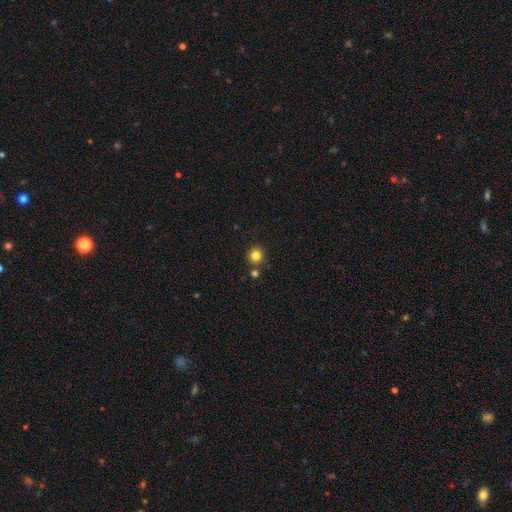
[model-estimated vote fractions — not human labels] Morphology: type=smooth (82%); roundness=round (92%); merging=none (82%).